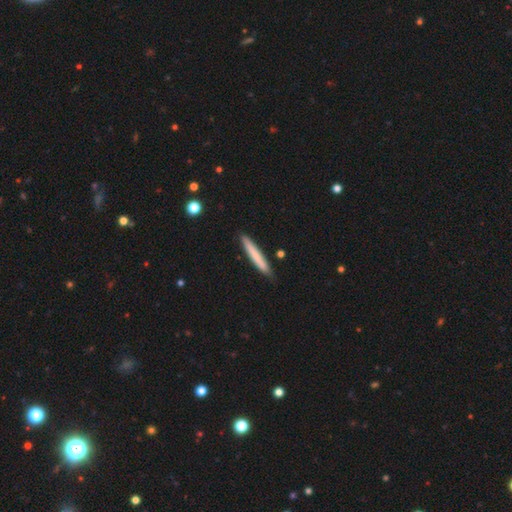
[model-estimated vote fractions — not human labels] Smooth or featured?
  - smooth: 74% *
  - featured or disk: 20%
  - star or artifact: 6%
How rounded?
  - cigar-shaped: 95% *
  - in between: 4%
  - round: 1%
Merging?
  - none: 87% *
  - minor disturbance: 10%
  - merger: 2%
  - major disturbance: 2%